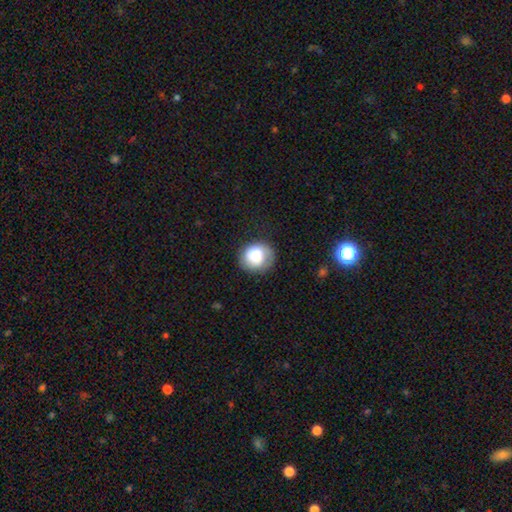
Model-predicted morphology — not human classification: Smooth or featured? smooth (79%)
How rounded? round (81%)
Merging? none (74%)